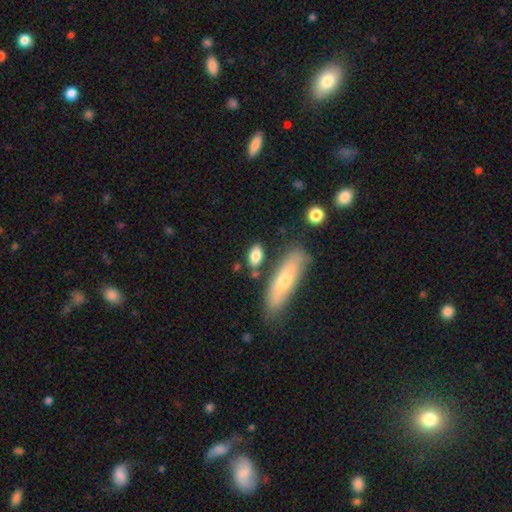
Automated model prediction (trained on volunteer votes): Smooth or featured? smooth (80%)
How rounded? in between (80%)
Merging? none (69%)